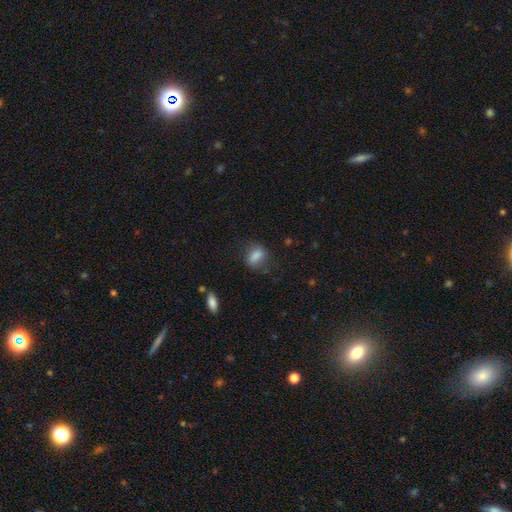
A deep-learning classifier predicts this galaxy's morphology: A smooth galaxy with no disk features (82%) that is in between round and cigar-shaped (72%).

Vote fractions:
- Smooth or featured? smooth: 82% / star or artifact: 9% / featured or disk: 9%
- How rounded? in between: 72% / round: 25% / cigar-shaped: 4%
- Merging? none: 68% / minor disturbance: 22% / major disturbance: 9% / merger: 2%